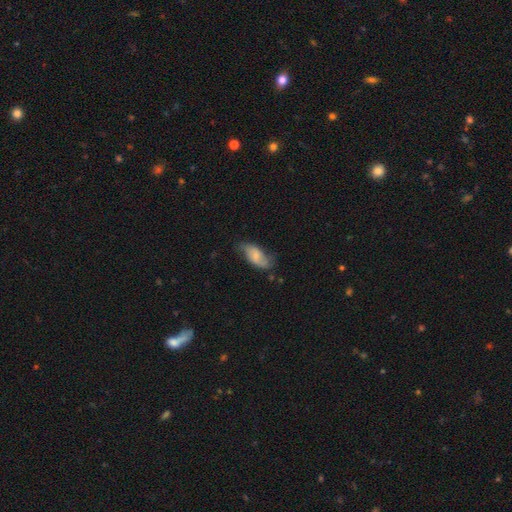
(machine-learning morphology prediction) A smooth galaxy with no disk features (61%) that is in between round and cigar-shaped (90%). Merging: none (59%).